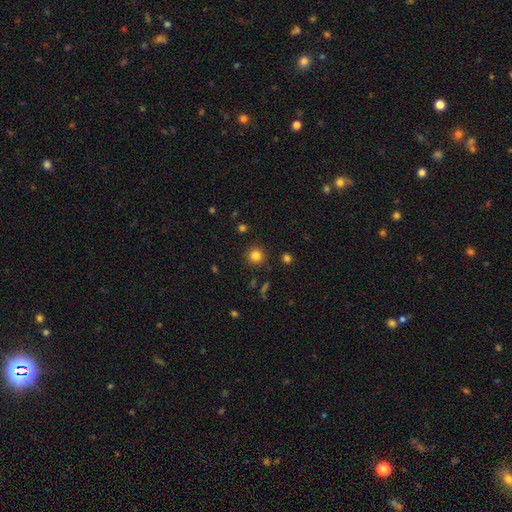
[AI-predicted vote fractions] Smooth or featured?
  - smooth: 82% *
  - star or artifact: 13%
  - featured or disk: 5%
How rounded?
  - round: 94% *
  - in between: 5%
  - cigar-shaped: 1%
Merging?
  - none: 90% *
  - minor disturbance: 6%
  - major disturbance: 2%
  - merger: 2%